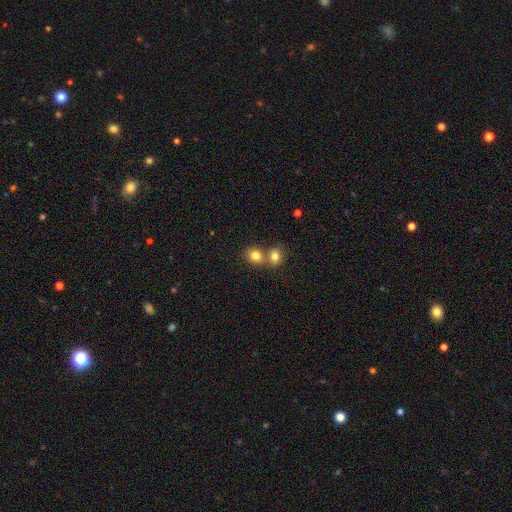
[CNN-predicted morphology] Smooth or featured? Predicted: smooth (p=0.80). How rounded? Predicted: round (p=0.78). Merging? Predicted: none (p=0.48).